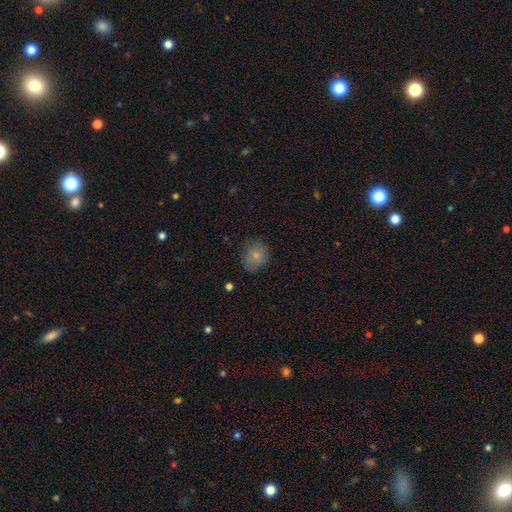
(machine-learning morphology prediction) A smooth galaxy with no disk features (79%) that is round (67%). Merging: none (74%).